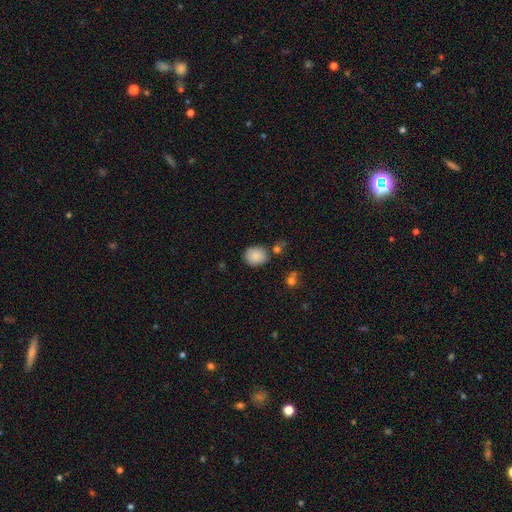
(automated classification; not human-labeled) Smooth or featured? Predicted: smooth (p=0.86). How rounded? Predicted: round (p=0.64). Merging? Predicted: none (p=0.75).